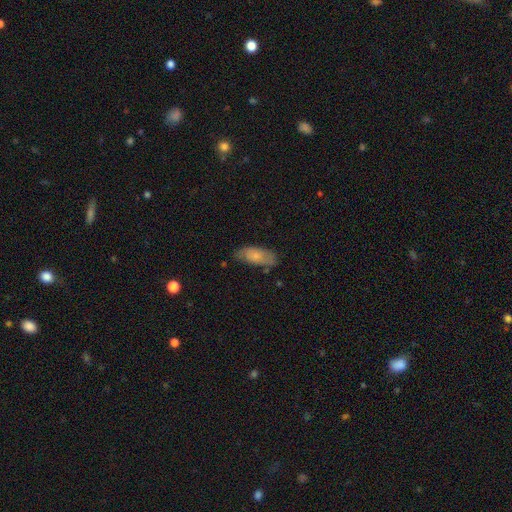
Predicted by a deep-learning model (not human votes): Smooth or featured? Predicted: smooth (p=0.66). How rounded? Predicted: in between (p=0.83). Merging? Predicted: none (p=0.66).